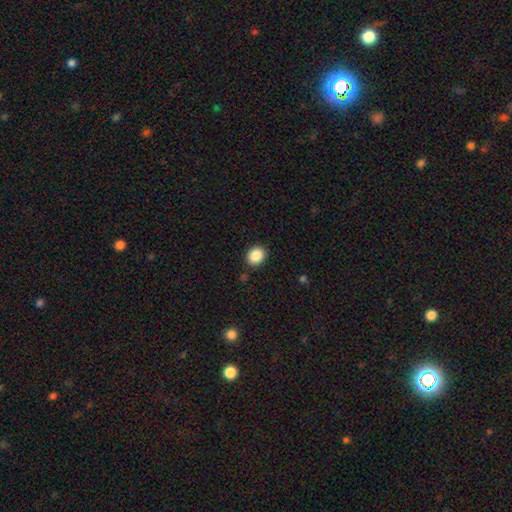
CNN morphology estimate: Smooth or featured? smooth (87%)
How rounded? round (54%)
Merging? none (88%)